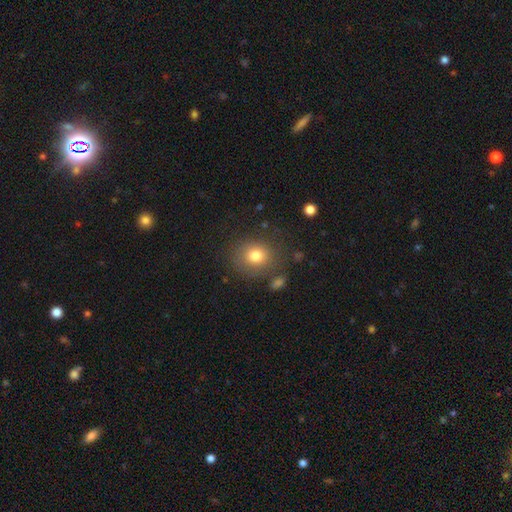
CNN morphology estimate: This is likely a smooth galaxy (79%). How rounded: likely round (74%). Merging: likely none (76%).